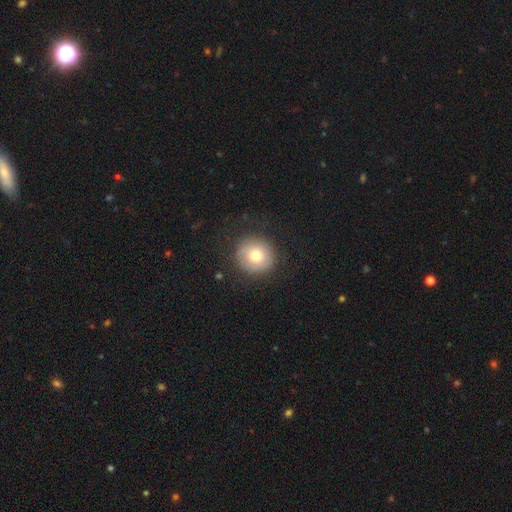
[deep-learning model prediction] A smooth galaxy with no disk features (72%) that is round (92%). Merging: none (83%).